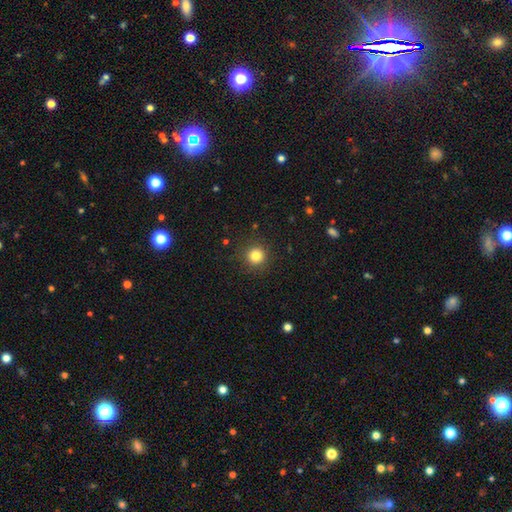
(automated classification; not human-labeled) Smooth or featured?
  - smooth: 82% *
  - star or artifact: 12%
  - featured or disk: 5%
How rounded?
  - round: 94% *
  - in between: 5%
  - cigar-shaped: 1%
Merging?
  - none: 89% *
  - minor disturbance: 7%
  - major disturbance: 3%
  - merger: 1%